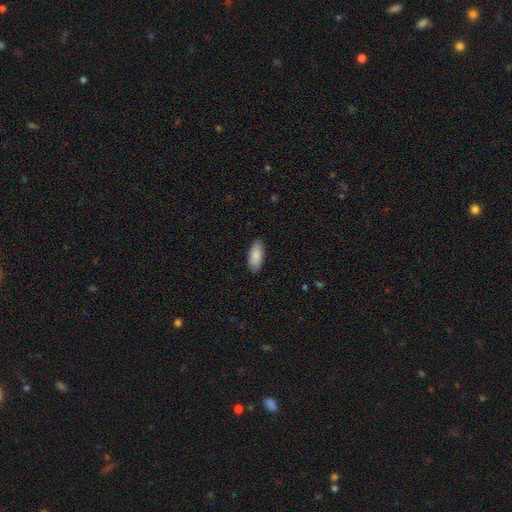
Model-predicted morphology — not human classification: Smooth or featured? smooth (87%)
How rounded? in between (87%)
Merging? none (89%)